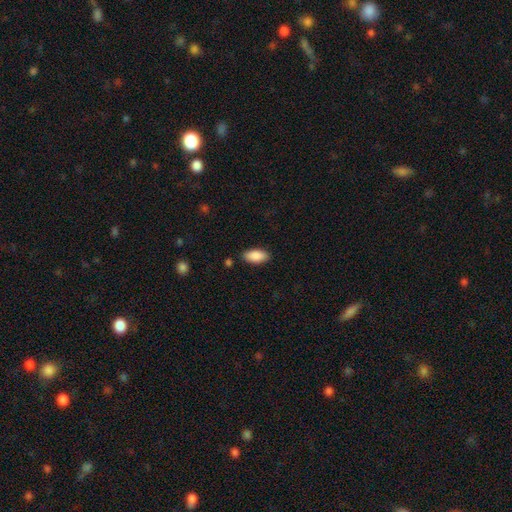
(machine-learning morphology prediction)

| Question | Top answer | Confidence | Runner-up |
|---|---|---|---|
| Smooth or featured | smooth | 89% | star or artifact (6%) |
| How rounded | in between | 92% | cigar-shaped (6%) |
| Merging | none | 86% | minor disturbance (10%) |